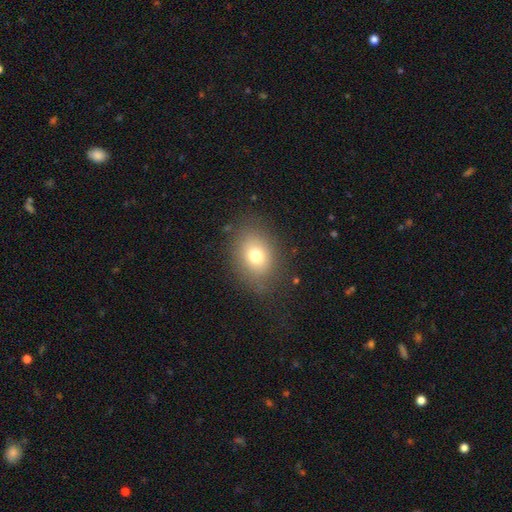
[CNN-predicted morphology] Smooth or featured: smooth — 74% (featured or disk — 13%)
How rounded: in between — 60% (round — 39%)
Merging: none — 80% (minor disturbance — 13%)